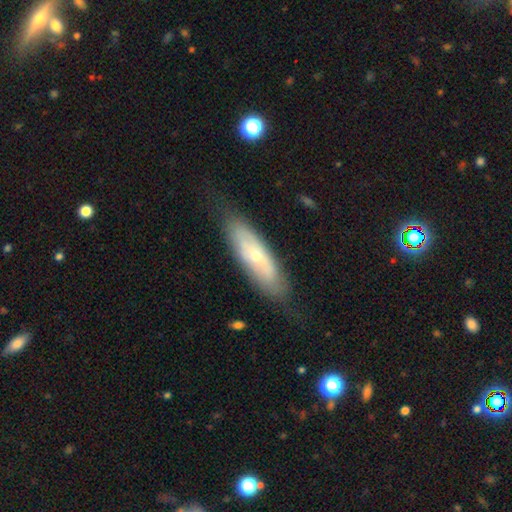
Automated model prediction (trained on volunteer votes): smooth-or-featured: featured or disk: 51% | smooth: 43% | star or artifact: 7%
  disk-edge-on: no: 68% | yes: 32%
  merging: none: 75% | minor disturbance: 18% | major disturbance: 5% | merger: 2%